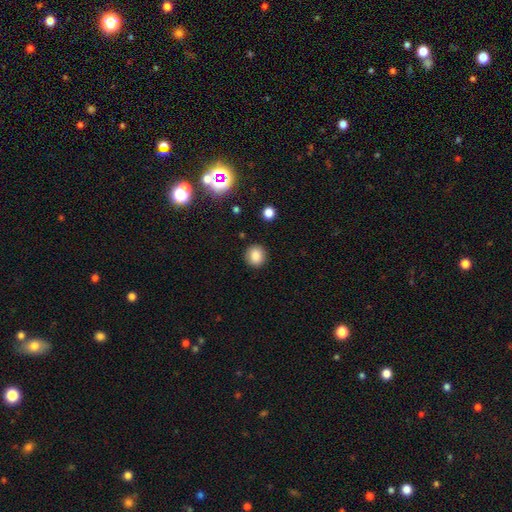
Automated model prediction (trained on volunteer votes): smooth 84%, star or artifact 11%, featured or disk 5%. Down the decision tree: how rounded — round (88%); merging — none (89%).